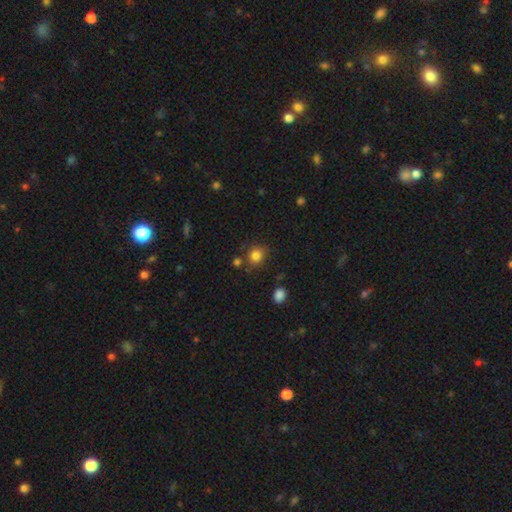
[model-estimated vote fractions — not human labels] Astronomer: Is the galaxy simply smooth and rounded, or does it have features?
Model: smooth — 82%.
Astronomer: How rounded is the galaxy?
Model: round — 75%.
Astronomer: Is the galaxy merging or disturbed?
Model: none — 75%.